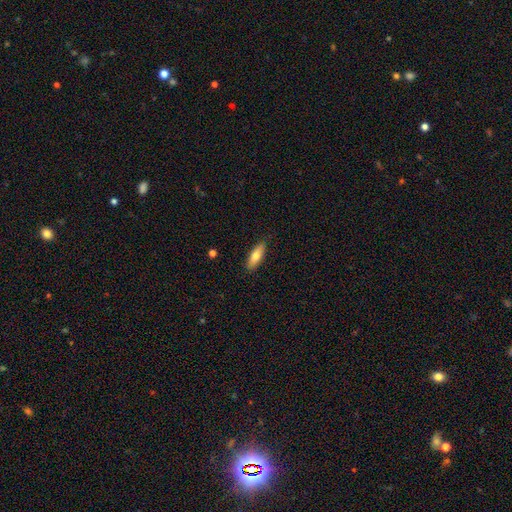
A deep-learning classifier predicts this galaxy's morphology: type=smooth (74%); roundness=in between (56%); merging=none (86%).